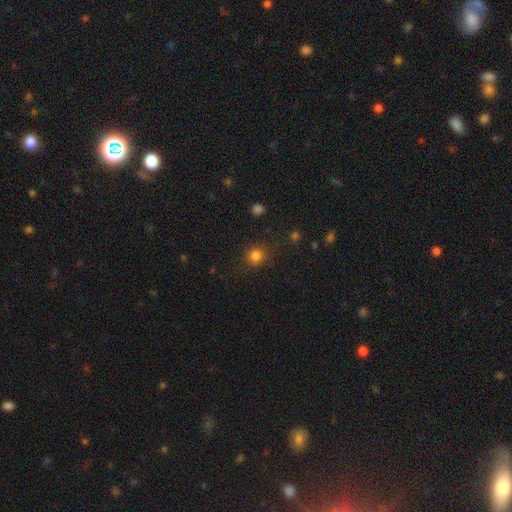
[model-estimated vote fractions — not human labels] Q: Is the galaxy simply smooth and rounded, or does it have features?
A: smooth — 82%.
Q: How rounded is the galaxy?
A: round — 88%.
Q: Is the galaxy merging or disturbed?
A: none — 85%.